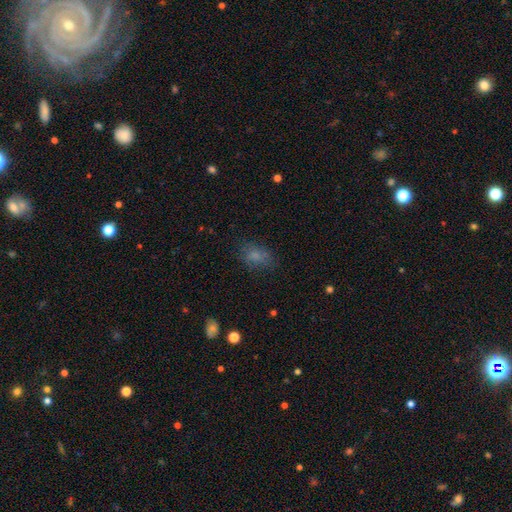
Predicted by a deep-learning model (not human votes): A smooth galaxy with no disk features (76%) that is in between round and cigar-shaped (80%). Merging: none (68%).